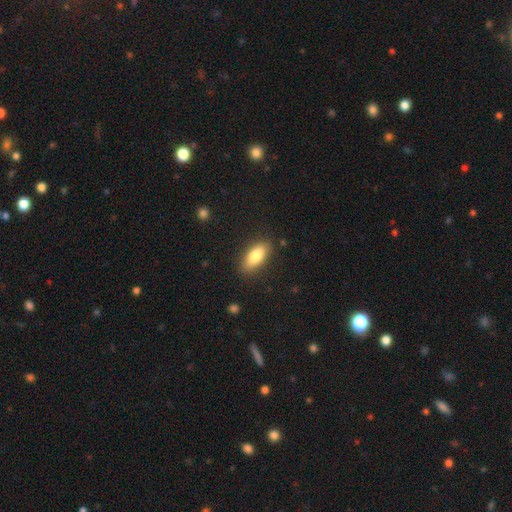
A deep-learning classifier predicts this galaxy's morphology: A smooth galaxy with no disk features (82%) that is in between round and cigar-shaped (83%). Merging: none (85%).